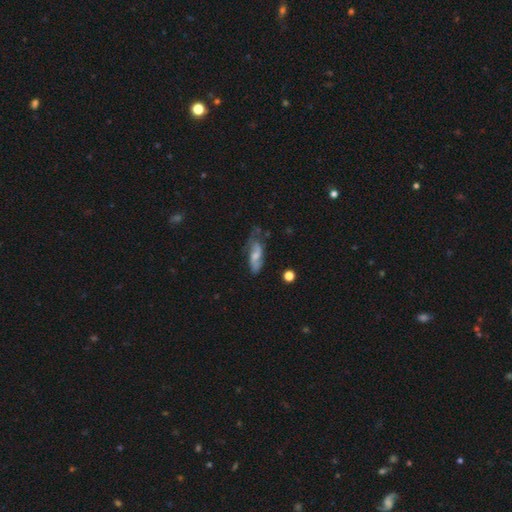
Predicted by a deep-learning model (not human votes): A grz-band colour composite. It shows a featured or disk galaxy (60%) with no bar (49%), spiral arms (83%) and a moderate central bulge (42%). Merging: none (50%).